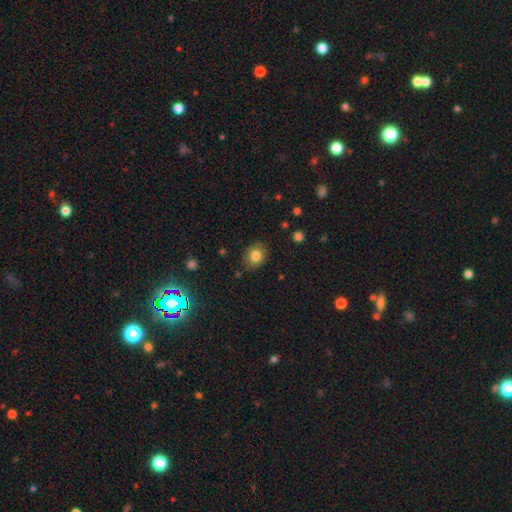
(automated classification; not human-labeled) Morphology: type=smooth (81%); roundness=round (61%); merging=none (82%).